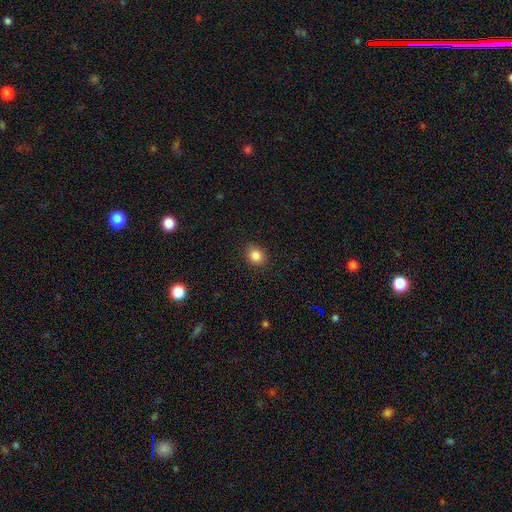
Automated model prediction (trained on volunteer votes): Q: Smooth or featured?
A: smooth (85%); runner-up: star or artifact (10%)
Q: How rounded?
A: round (61%); runner-up: in between (38%)
Q: Merging?
A: none (89%); runner-up: minor disturbance (8%)